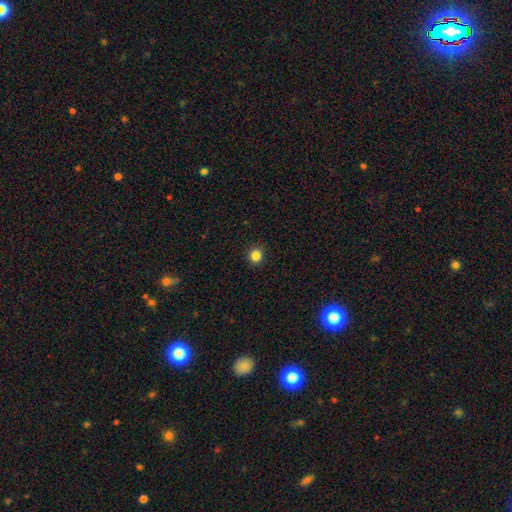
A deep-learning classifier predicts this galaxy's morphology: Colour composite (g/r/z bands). It shows a smooth galaxy with no disk features (84%) that is round (89%). Merging: none (90%).